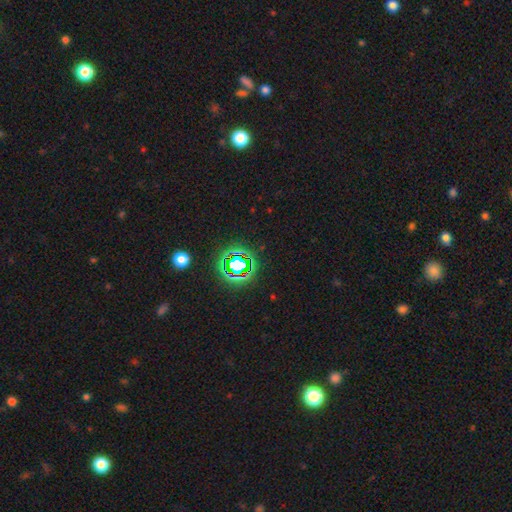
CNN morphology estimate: smooth_or_featured: star or artifact (p=0.77) [alt: smooth p=0.16]